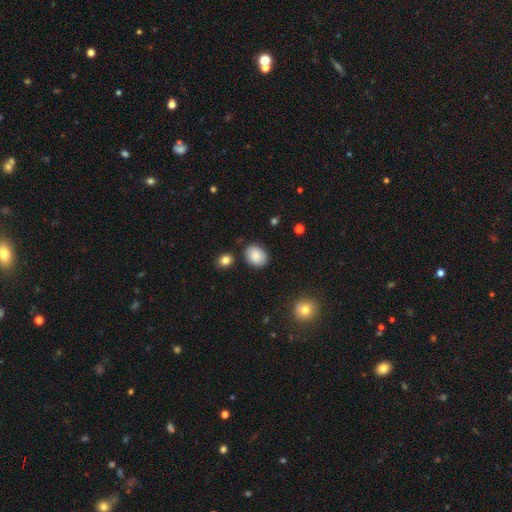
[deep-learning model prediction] Overall: smooth (85%). How rounded: in between (64%; round 35%). Merging: none (81%).